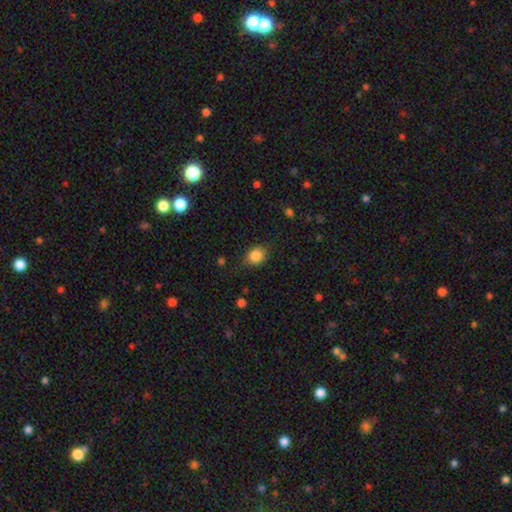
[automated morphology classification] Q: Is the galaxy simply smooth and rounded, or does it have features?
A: smooth — 85%.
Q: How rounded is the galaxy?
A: round — 56%.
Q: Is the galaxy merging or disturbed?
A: none — 76%.